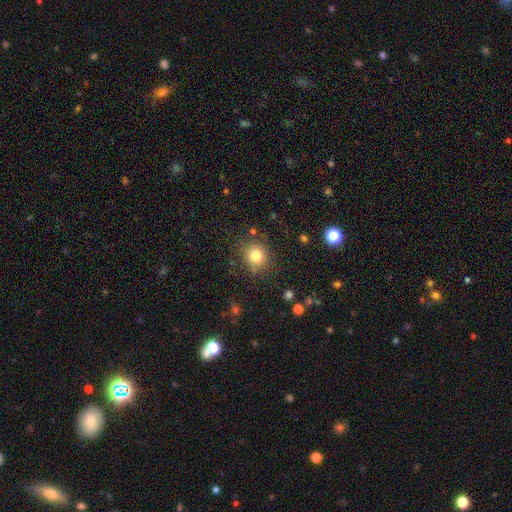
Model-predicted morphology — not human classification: smooth_or_featured: smooth (p=0.80) [alt: star or artifact p=0.12]
how_rounded: round (p=0.81) [alt: in between p=0.18]
merging: none (p=0.82) [alt: minor disturbance p=0.11]